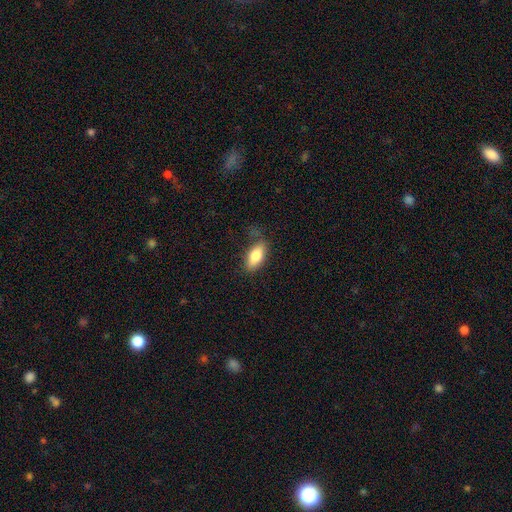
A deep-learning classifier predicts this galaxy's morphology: The model was most divided on "merging": none: 61%, minor disturbance: 25%, major disturbance: 11%, merger: 2%. More confident: how rounded — in between (86%); smooth or featured — smooth (82%).